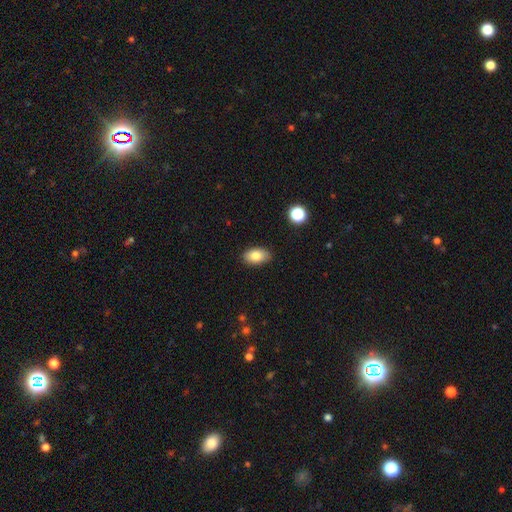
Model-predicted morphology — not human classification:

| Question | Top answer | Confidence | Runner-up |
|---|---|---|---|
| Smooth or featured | smooth | 82% | featured or disk (10%) |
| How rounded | in between | 91% | round (7%) |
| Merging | none | 86% | minor disturbance (10%) |